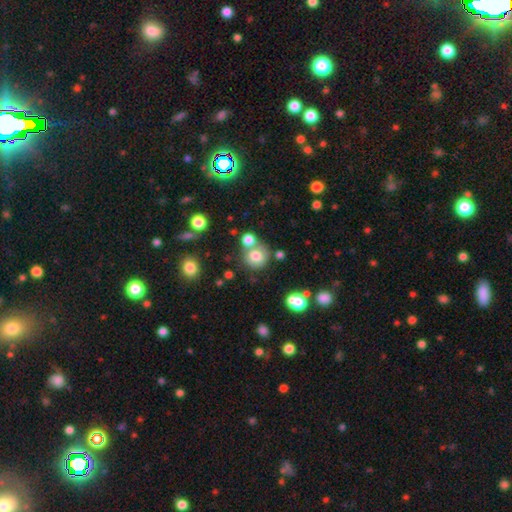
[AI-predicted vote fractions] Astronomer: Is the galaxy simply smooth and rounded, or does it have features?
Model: smooth — 75%.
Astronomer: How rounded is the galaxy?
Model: round — 87%.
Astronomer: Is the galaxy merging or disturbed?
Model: none — 57%.